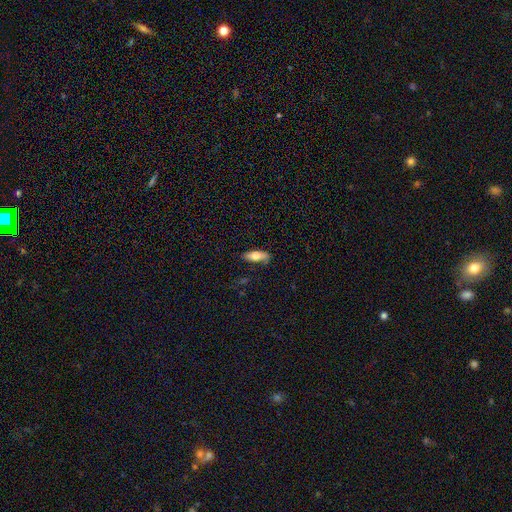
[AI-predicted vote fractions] Smooth or featured: smooth — 65% (featured or disk — 29%)
How rounded: in between — 66% (cigar-shaped — 31%)
Merging: none — 78% (minor disturbance — 17%)